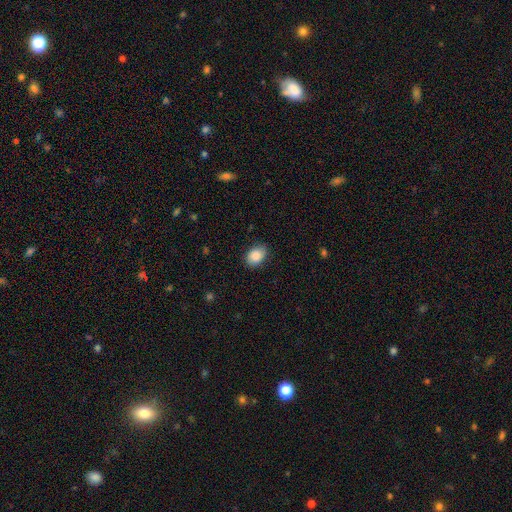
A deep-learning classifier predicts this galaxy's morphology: smooth_or_featured: smooth (p=0.87) [alt: star or artifact p=0.07]
how_rounded: in between (p=0.77) [alt: round p=0.22]
merging: none (p=0.86) [alt: minor disturbance p=0.11]